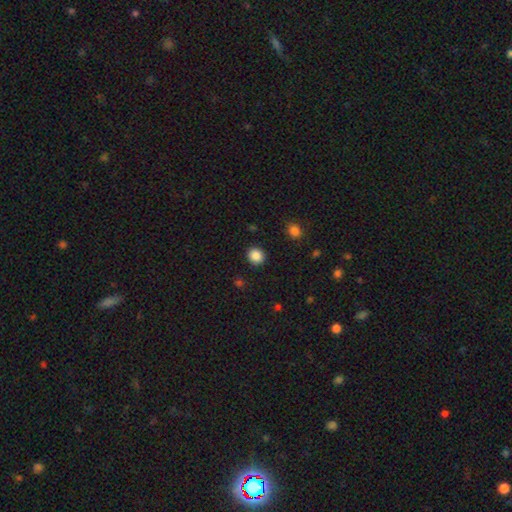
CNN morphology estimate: Q: Smooth or featured?
A: smooth (87%); runner-up: star or artifact (10%)
Q: How rounded?
A: round (84%); runner-up: in between (15%)
Q: Merging?
A: none (91%); runner-up: minor disturbance (6%)